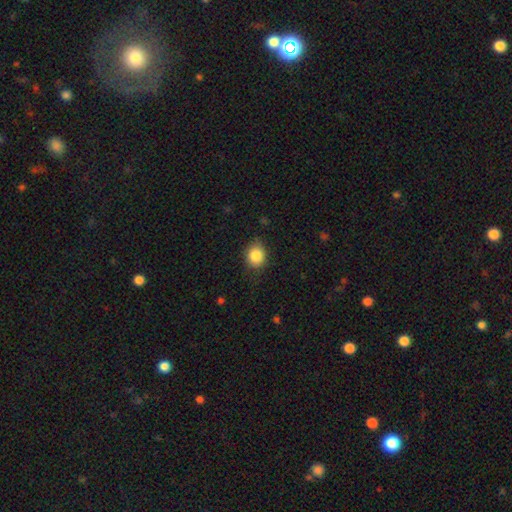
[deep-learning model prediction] smooth 86%, star or artifact 9%, featured or disk 5%. Down the decision tree: how rounded — round (56%); merging — none (79%).